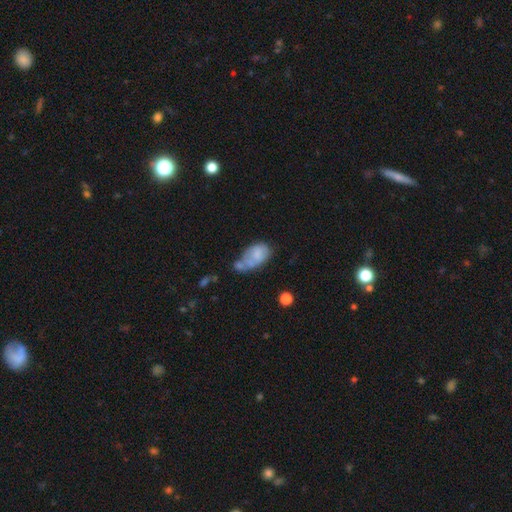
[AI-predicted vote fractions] A smooth galaxy with no disk features (65%) that is in between round and cigar-shaped (89%).

Vote fractions:
- Smooth or featured? smooth: 65% / featured or disk: 26% / star or artifact: 10%
- How rounded? in between: 89% / round: 9% / cigar-shaped: 2%
- Merging? merger: 34% / minor disturbance: 25% / none: 23% / major disturbance: 18%